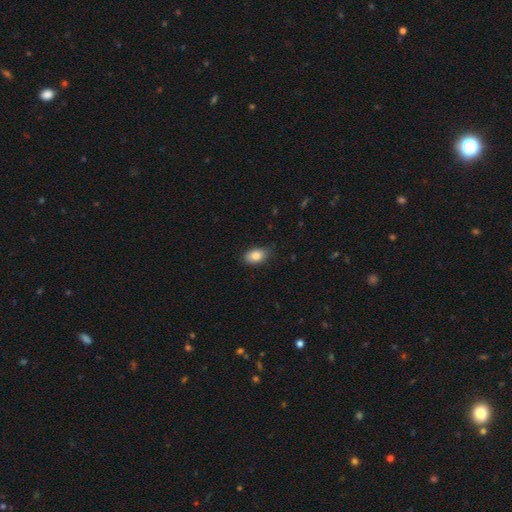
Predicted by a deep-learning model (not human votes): This is clearly a smooth galaxy (85%). How rounded: clearly in between (89%). Merging: clearly none (83%).